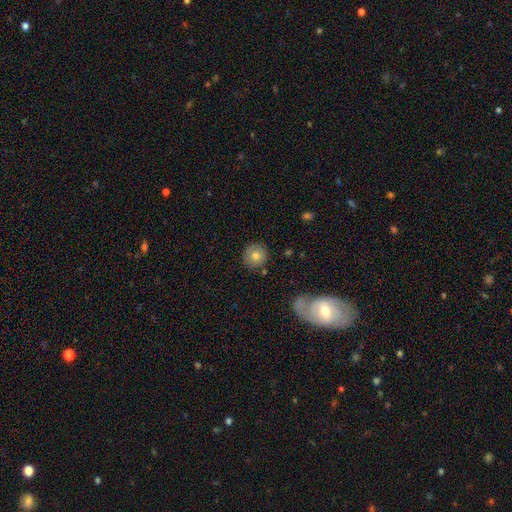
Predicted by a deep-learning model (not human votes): Morphology: type=smooth (74%); roundness=round (93%); merging=none (86%).